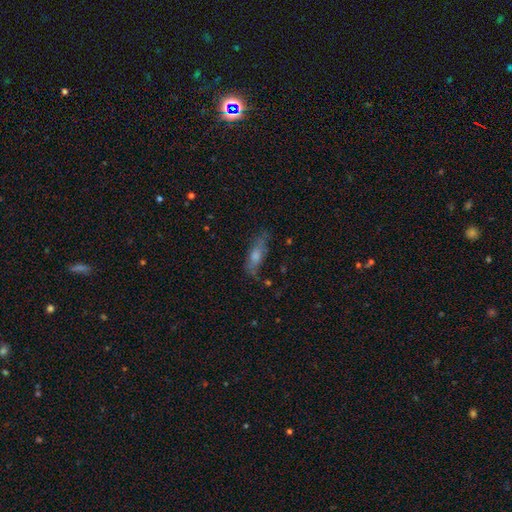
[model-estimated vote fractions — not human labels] A smooth galaxy with no disk features (56%) that is cigar-shaped (50%). Merging: none (62%).